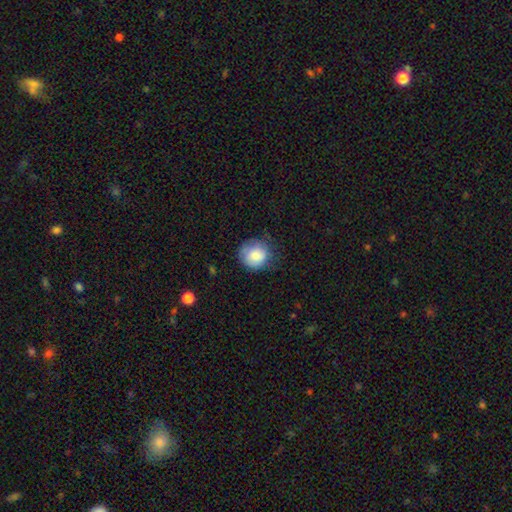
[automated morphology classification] Overall: smooth (80%). How rounded: round (86%). Merging: none (69%).